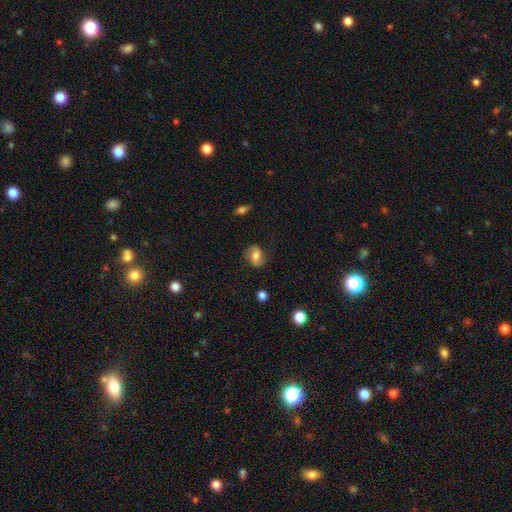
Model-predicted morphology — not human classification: Smooth or featured? Predicted: featured or disk (p=0.48). Merging? Predicted: none (p=0.77).